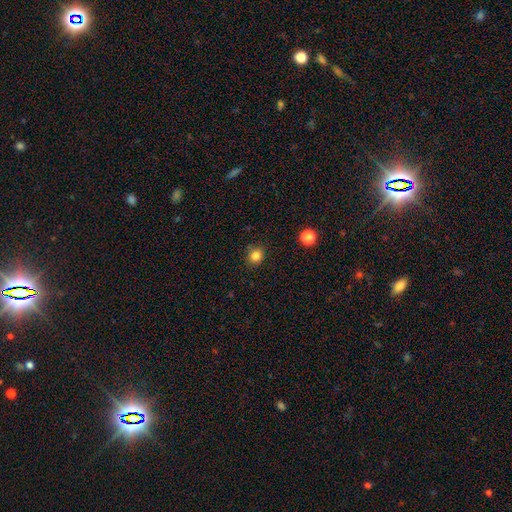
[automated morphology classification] Smooth or featured: smooth — 83% (star or artifact — 12%)
How rounded: round — 82% (in between — 17%)
Merging: none — 88% (minor disturbance — 9%)